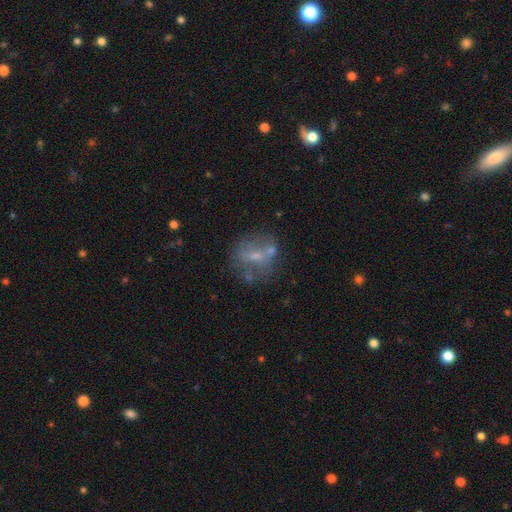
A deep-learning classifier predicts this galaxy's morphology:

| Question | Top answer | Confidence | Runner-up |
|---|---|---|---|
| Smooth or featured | featured or disk | 45% | smooth (42%) |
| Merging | none | 49% | merger (19%) |